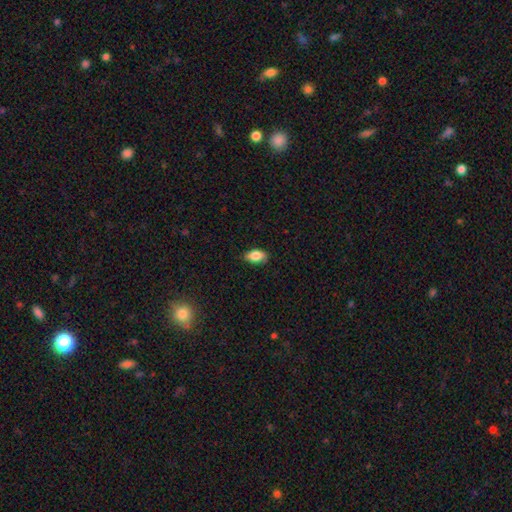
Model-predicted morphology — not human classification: Q: Smooth or featured?
A: smooth (84%); runner-up: featured or disk (9%)
Q: How rounded?
A: in between (90%); runner-up: round (6%)
Q: Merging?
A: none (79%); runner-up: minor disturbance (17%)